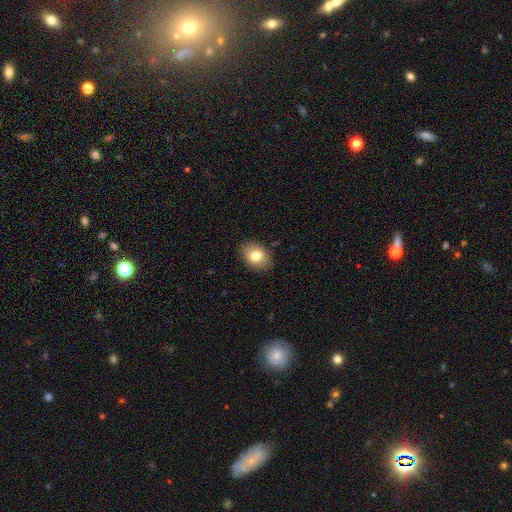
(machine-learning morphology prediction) Smooth or featured? smooth (79%)
How rounded? in between (71%)
Merging? none (87%)